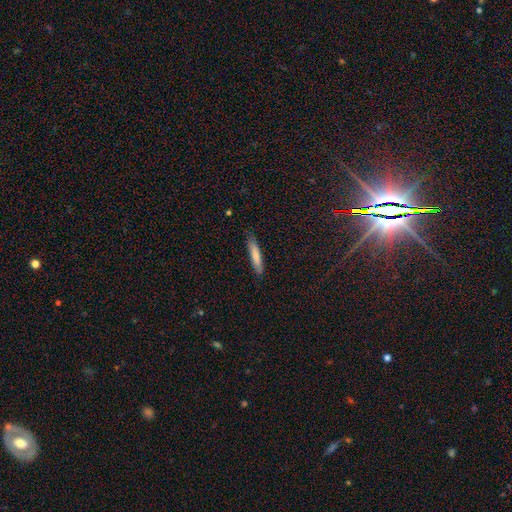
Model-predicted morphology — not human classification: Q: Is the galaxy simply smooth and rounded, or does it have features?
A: smooth — 78%.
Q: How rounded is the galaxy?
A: cigar-shaped — 90%.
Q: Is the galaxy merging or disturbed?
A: none — 82%.